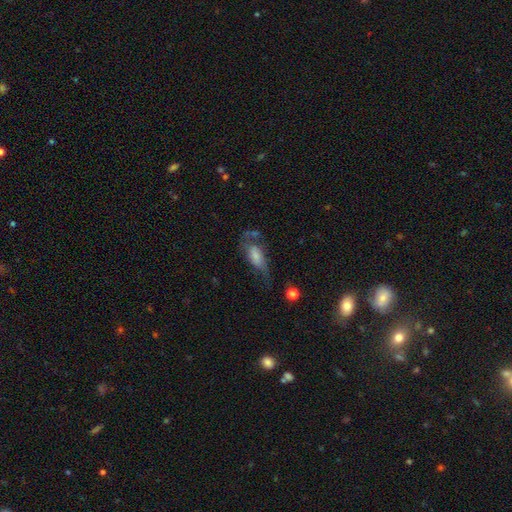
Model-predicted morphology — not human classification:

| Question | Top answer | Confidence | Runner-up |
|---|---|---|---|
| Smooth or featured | smooth | 52% | featured or disk (39%) |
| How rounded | in between | 81% | cigar-shaped (15%) |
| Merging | major disturbance | 37% | none (30%) |